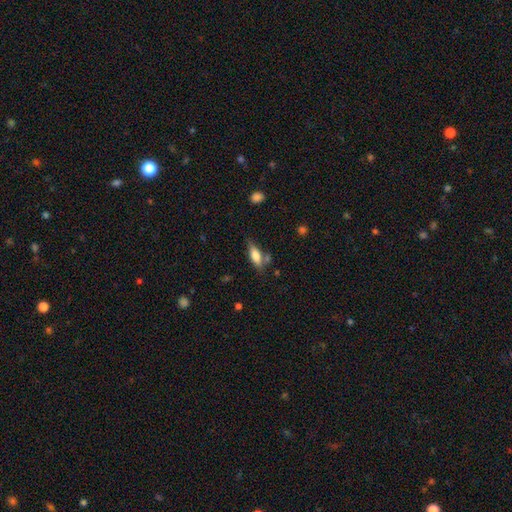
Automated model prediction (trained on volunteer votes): Smooth or featured: smooth — 70% (featured or disk — 23%)
How rounded: in between — 62% (cigar-shaped — 35%)
Merging: none — 62% (minor disturbance — 19%)